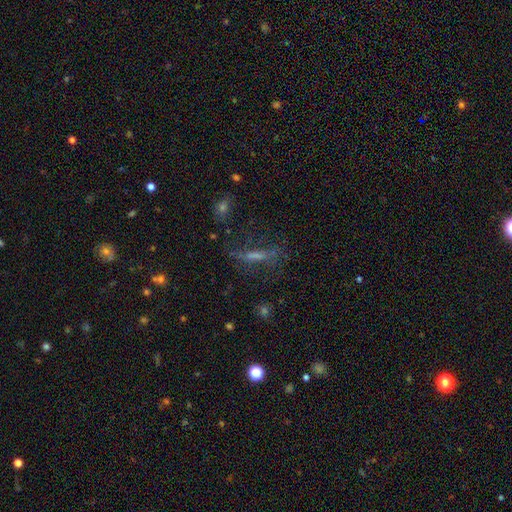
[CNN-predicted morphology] Overall: smooth (39%; featured or disk 37%). Merging: none (59%; major disturbance 19%).